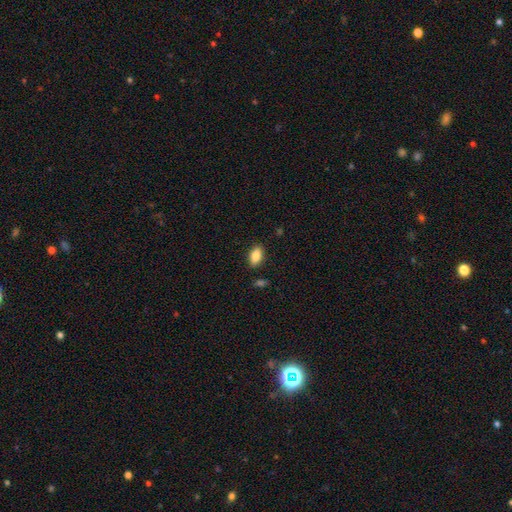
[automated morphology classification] smooth 86%, star or artifact 7%, featured or disk 7%. Down the decision tree: how rounded — in between (91%); merging — none (86%).